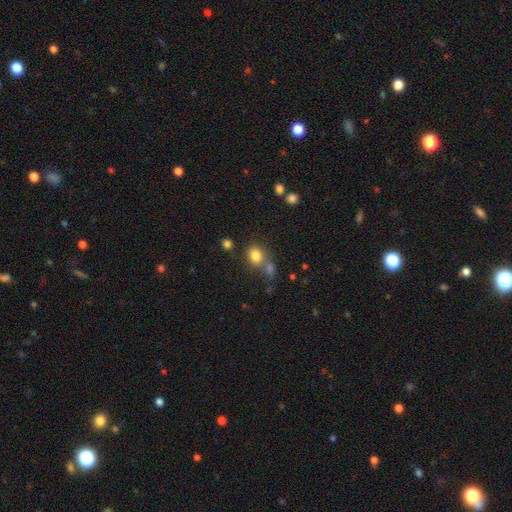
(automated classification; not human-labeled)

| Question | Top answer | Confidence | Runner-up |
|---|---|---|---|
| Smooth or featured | smooth | 80% | star or artifact (12%) |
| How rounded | round | 68% | in between (30%) |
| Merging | none | 56% | merger (26%) |